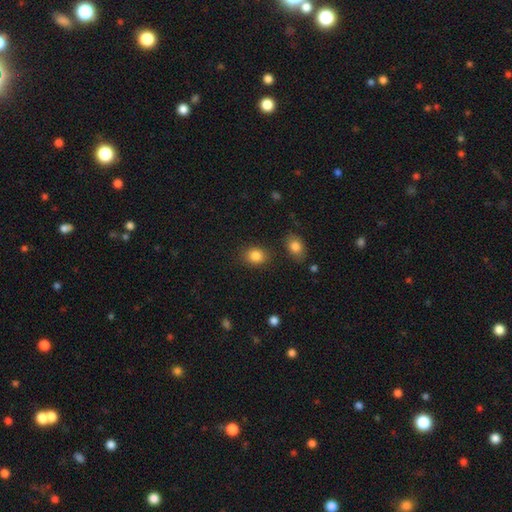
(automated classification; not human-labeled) Smooth or featured?
  - smooth: 85% *
  - star or artifact: 10%
  - featured or disk: 5%
How rounded?
  - round: 54% *
  - in between: 45%
  - cigar-shaped: 1%
Merging?
  - none: 84% *
  - minor disturbance: 9%
  - merger: 4%
  - major disturbance: 3%